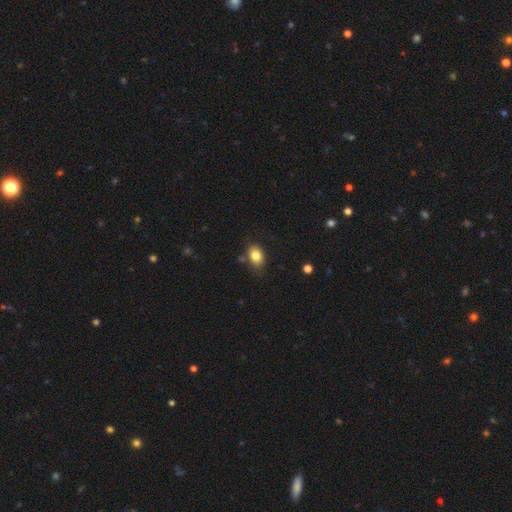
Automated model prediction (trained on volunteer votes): smooth 83%, star or artifact 9%, featured or disk 8%. Down the decision tree: how rounded — in between (73%); merging — none (77%).